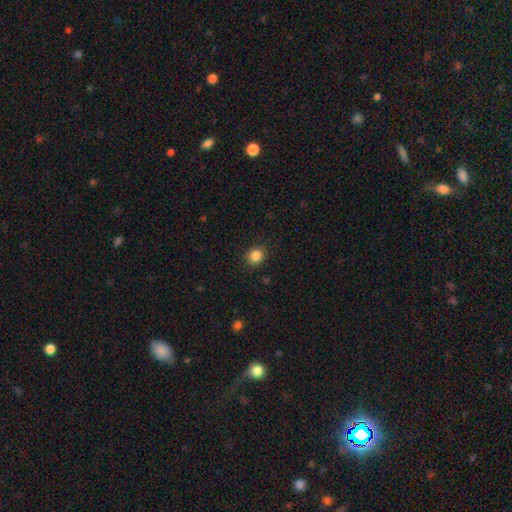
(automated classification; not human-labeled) Smooth or featured? smooth (86%)
How rounded? round (68%)
Merging? none (87%)